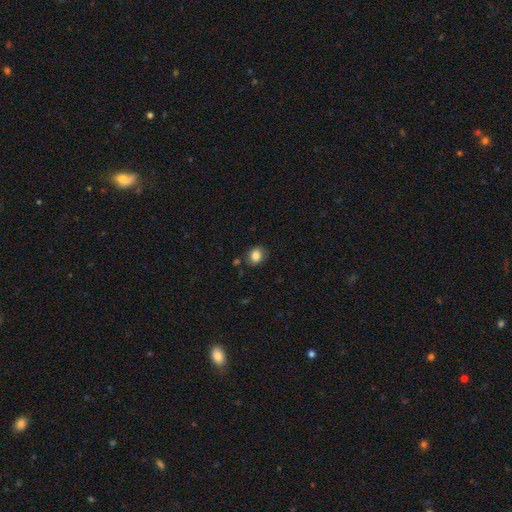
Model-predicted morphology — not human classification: Smooth or featured? smooth (85%)
How rounded? round (50%)
Merging? none (80%)